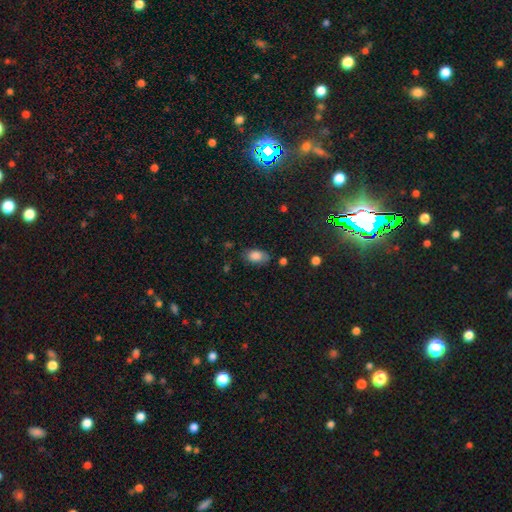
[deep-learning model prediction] Smooth or featured?
  - smooth: 82% *
  - featured or disk: 9%
  - star or artifact: 9%
How rounded?
  - in between: 90% *
  - round: 8%
  - cigar-shaped: 2%
Merging?
  - none: 69% *
  - minor disturbance: 24%
  - major disturbance: 6%
  - merger: 2%